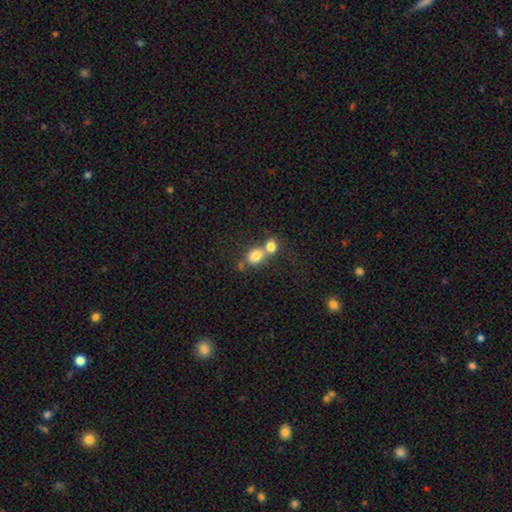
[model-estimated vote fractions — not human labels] Morphology: type=smooth (80%); roundness=round (61%); merging=merger (60%).